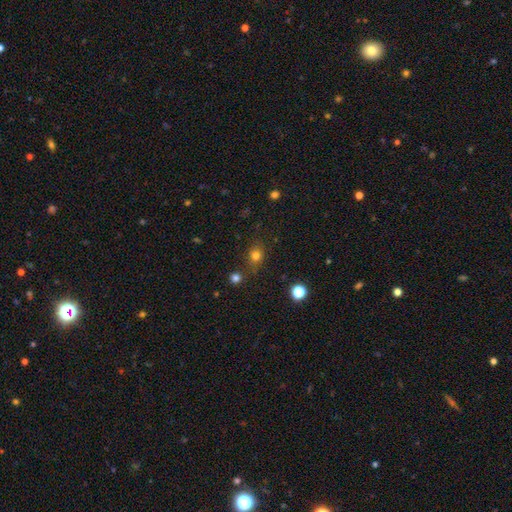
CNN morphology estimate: This appears to be a smooth galaxy with no disk features (78%) that is round (73%). Merging: none (76%).